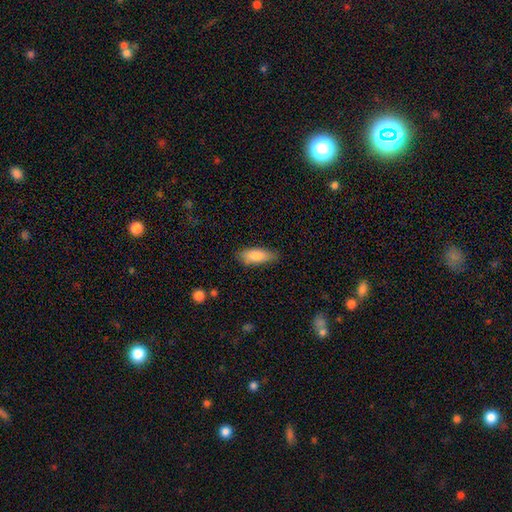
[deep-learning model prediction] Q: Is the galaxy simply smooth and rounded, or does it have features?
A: smooth — 85%.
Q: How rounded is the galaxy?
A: in between — 74%.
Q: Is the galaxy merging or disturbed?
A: none — 76%.